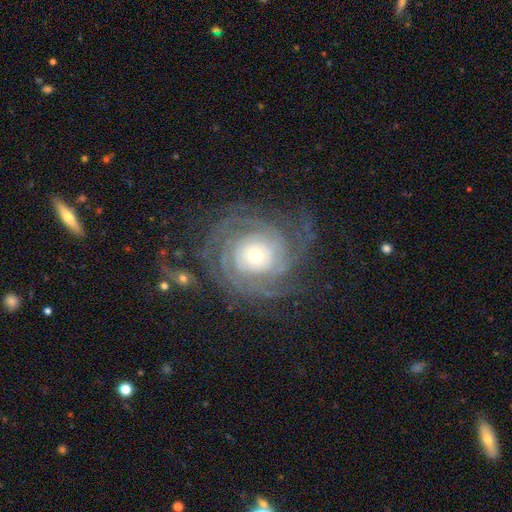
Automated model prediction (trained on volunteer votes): Smooth or featured? Predicted: featured or disk (p=0.86). Edge-on disk? Predicted: no (p=0.97). Bar? Predicted: no (p=0.80). Spiral arms? Predicted: yes (p=0.96). Spiral winding? Predicted: tight (p=0.76). Spiral arm count? Predicted: can't tell (p=0.29). Bulge size? Predicted: moderate (p=0.47). Merging? Predicted: none (p=0.73).